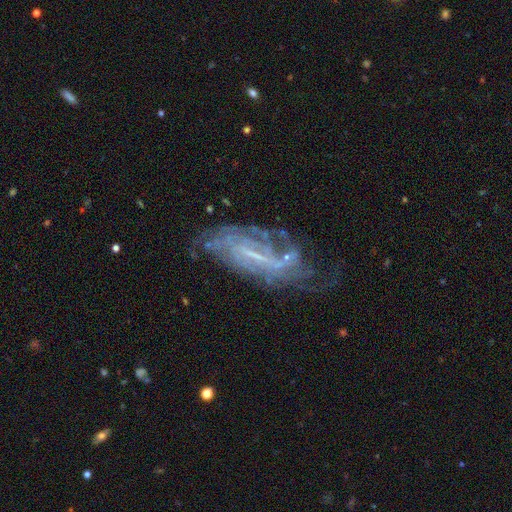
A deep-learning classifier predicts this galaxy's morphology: The model was most divided on "bar": weak: 41%, strong: 32%, no: 27%. Remaining: edge-on disk — no (85%); spiral arms — yes (77%); smooth or featured — featured or disk (76%); merging — none (51%); bulge size — small (48%).